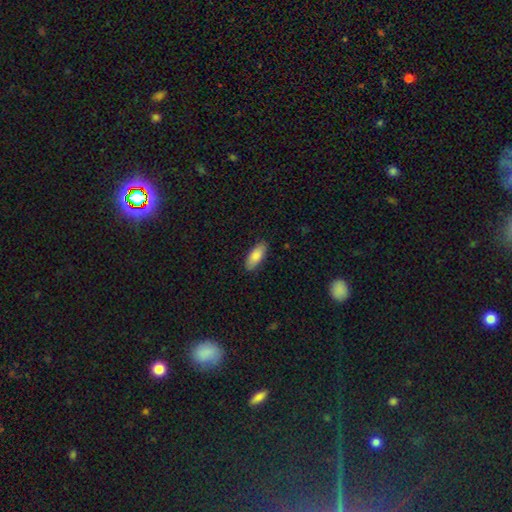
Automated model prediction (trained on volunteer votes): Morphology: type=smooth (85%); roundness=in between (81%); merging=none (87%).